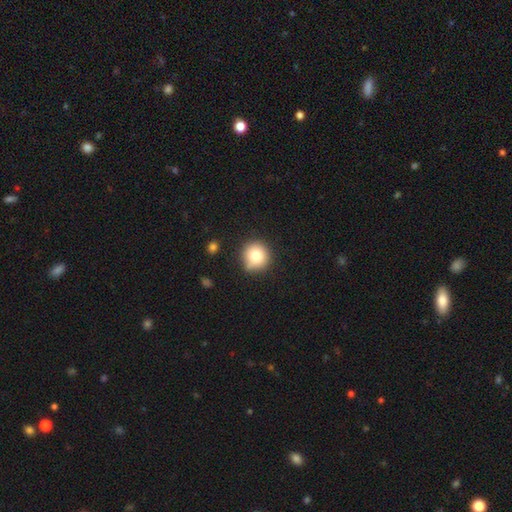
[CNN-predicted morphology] This is likely a smooth galaxy (79%). How rounded: clearly round (92%). Merging: likely none (78%).